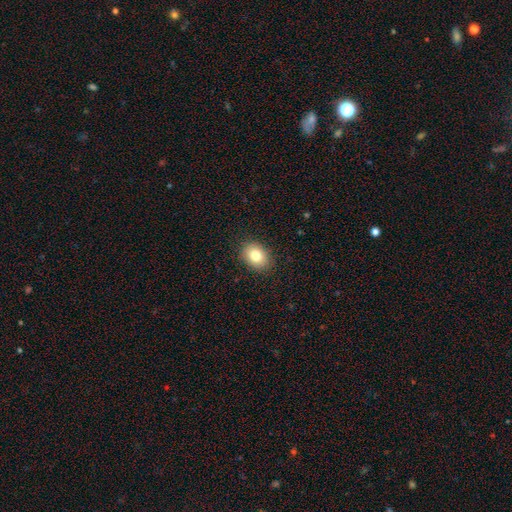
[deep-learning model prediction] Q: Smooth or featured?
A: smooth (81%); runner-up: star or artifact (10%)
Q: How rounded?
A: in between (61%); runner-up: round (38%)
Q: Merging?
A: none (88%); runner-up: minor disturbance (8%)